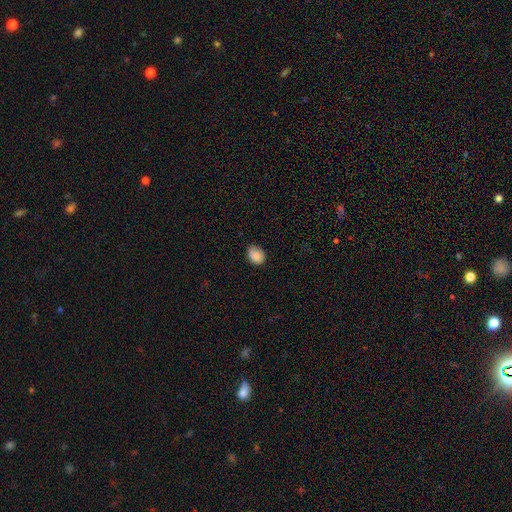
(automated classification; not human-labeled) Overall: smooth (87%). How rounded: in between (64%; round 35%). Merging: none (73%).